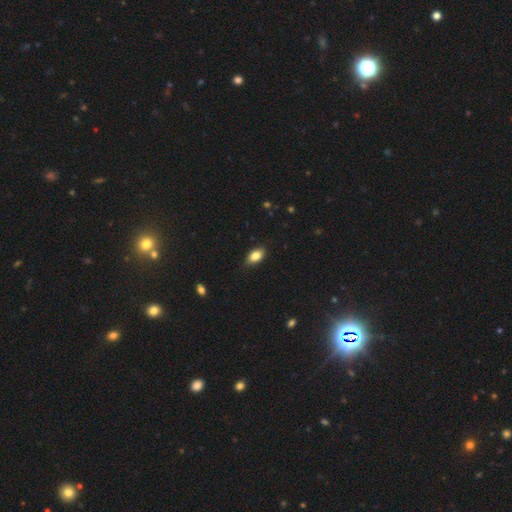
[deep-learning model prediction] smooth-or-featured: smooth: 84% | featured or disk: 9% | star or artifact: 8%
  how-rounded: in between: 91% | round: 6% | cigar-shaped: 4%
  merging: none: 85% | minor disturbance: 12% | major disturbance: 2% | merger: 1%